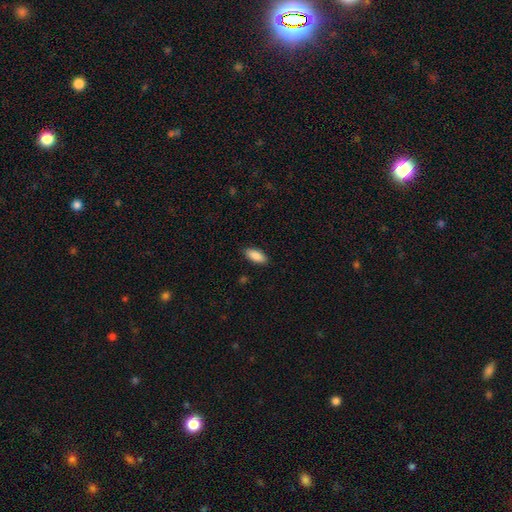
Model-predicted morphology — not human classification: This appears to be a smooth galaxy with no disk features (89%) that is in between round and cigar-shaped (86%). Merging: none (87%).